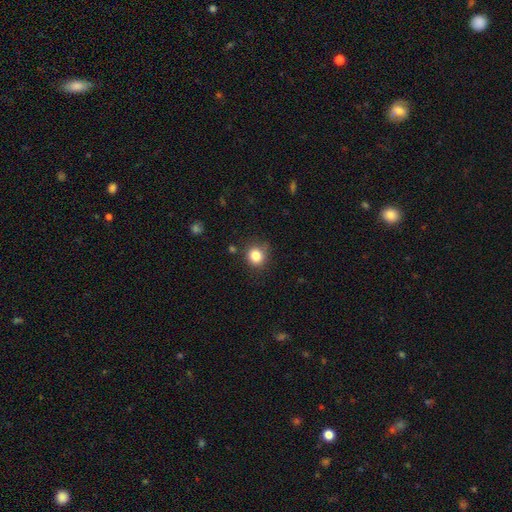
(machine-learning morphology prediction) This is clearly a smooth galaxy (83%). How rounded: clearly round (86%). Merging: likely none (80%).